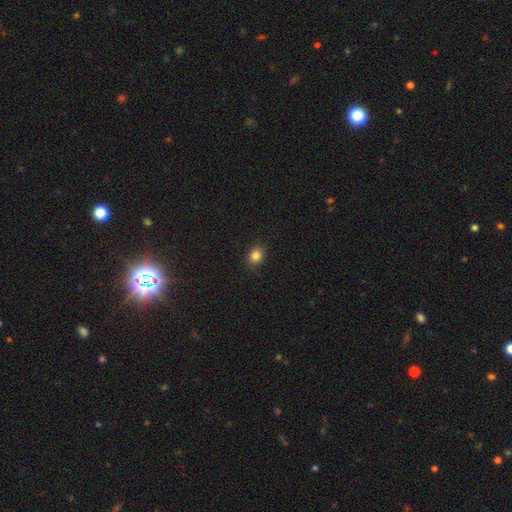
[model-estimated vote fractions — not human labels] smooth-or-featured: smooth: 84% | star or artifact: 12% | featured or disk: 5%
  how-rounded: round: 68% | in between: 31% | cigar-shaped: 1%
  merging: none: 86% | minor disturbance: 11% | major disturbance: 3% | merger: 1%